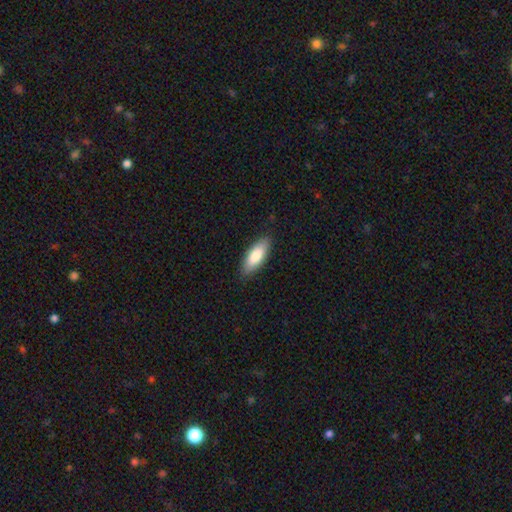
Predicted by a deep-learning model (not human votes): Smooth or featured?
  - smooth: 82% *
  - featured or disk: 12%
  - star or artifact: 6%
How rounded?
  - in between: 73% *
  - cigar-shaped: 25%
  - round: 2%
Merging?
  - none: 86% *
  - minor disturbance: 11%
  - major disturbance: 2%
  - merger: 1%